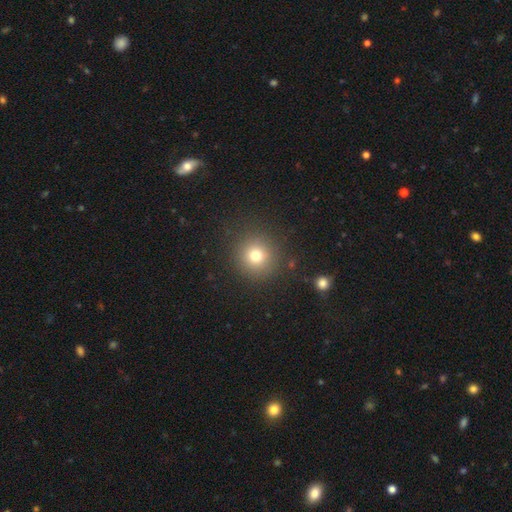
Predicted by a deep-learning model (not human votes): smooth 76%, star or artifact 15%, featured or disk 9%. Down the decision tree: how rounded — round (93%); merging — none (88%).